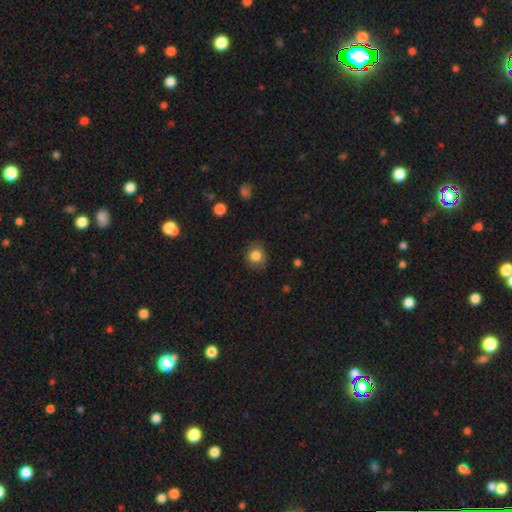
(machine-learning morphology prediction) Q: Smooth or featured?
A: smooth (80%); runner-up: featured or disk (11%)
Q: How rounded?
A: round (77%); runner-up: in between (22%)
Q: Merging?
A: none (76%); runner-up: minor disturbance (18%)